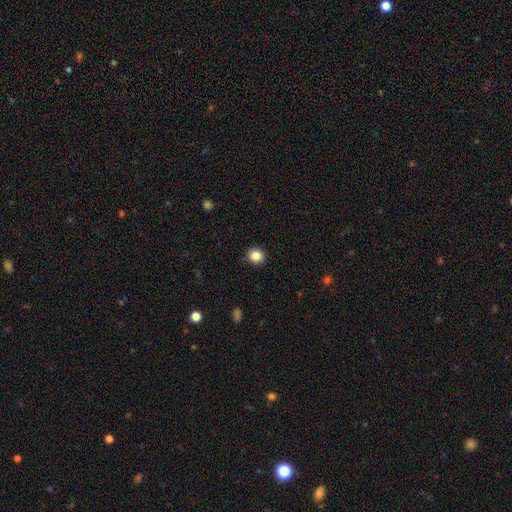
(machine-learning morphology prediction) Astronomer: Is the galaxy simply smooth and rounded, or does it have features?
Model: smooth — 86%.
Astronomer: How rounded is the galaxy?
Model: round — 85%.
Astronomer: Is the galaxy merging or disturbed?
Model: none — 92%.